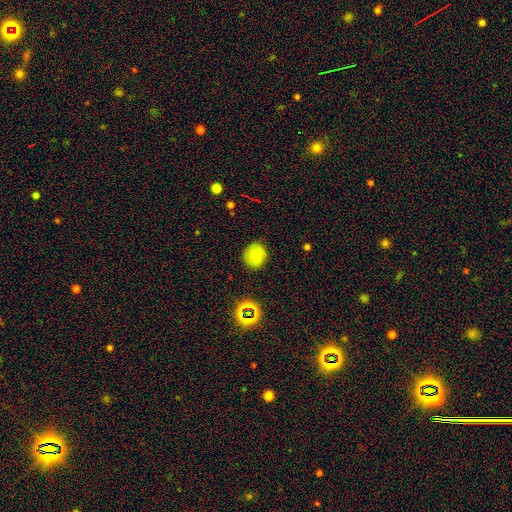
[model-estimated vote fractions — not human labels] Smooth or featured?
  - smooth: 79% *
  - star or artifact: 13%
  - featured or disk: 8%
How rounded?
  - round: 87% *
  - in between: 12%
  - cigar-shaped: 1%
Merging?
  - none: 86% *
  - minor disturbance: 10%
  - major disturbance: 3%
  - merger: 1%